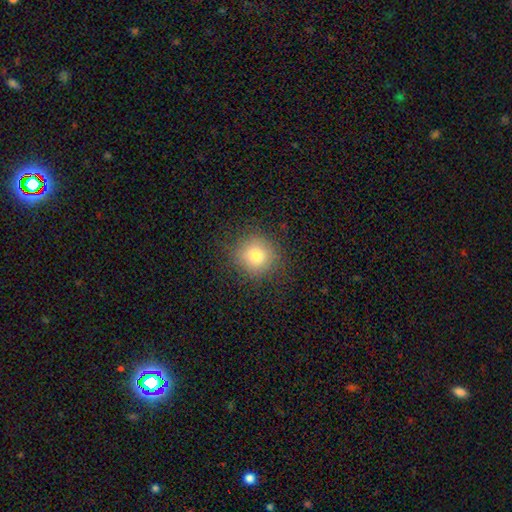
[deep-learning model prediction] Smooth or featured? smooth (77%)
How rounded? round (91%)
Merging? none (85%)